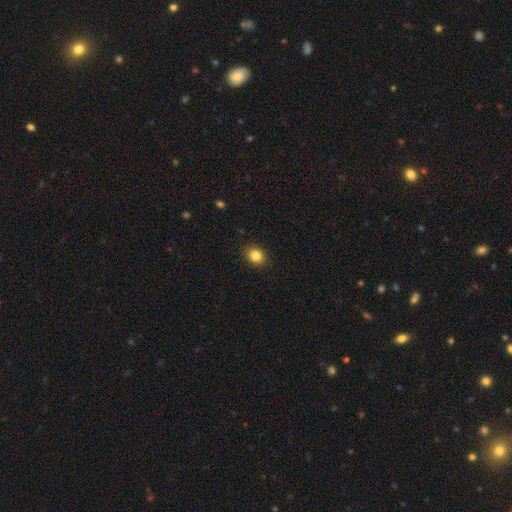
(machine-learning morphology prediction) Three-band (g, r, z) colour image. It shows a smooth galaxy with no disk features (85%) that is round (58%). Merging: none (89%).